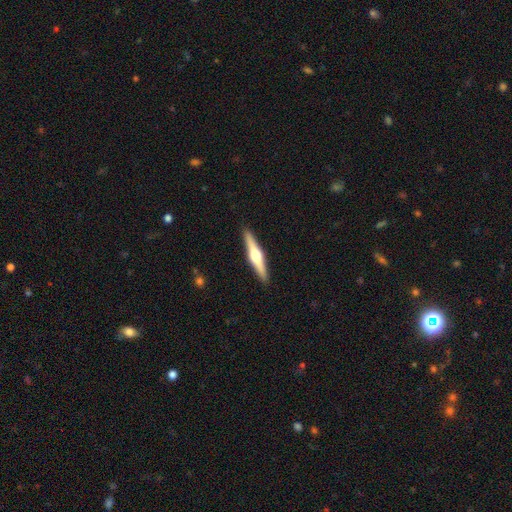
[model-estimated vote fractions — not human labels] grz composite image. It shows a featured or disk galaxy (69%) viewed edge-on (98%) with a rounded central bulge (94%). Merging: none (92%).